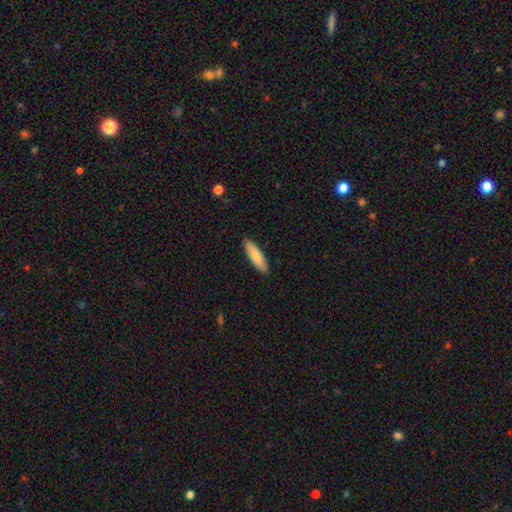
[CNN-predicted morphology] Overall: smooth (79%). How rounded: cigar-shaped (60%; in between 39%). Merging: none (90%).